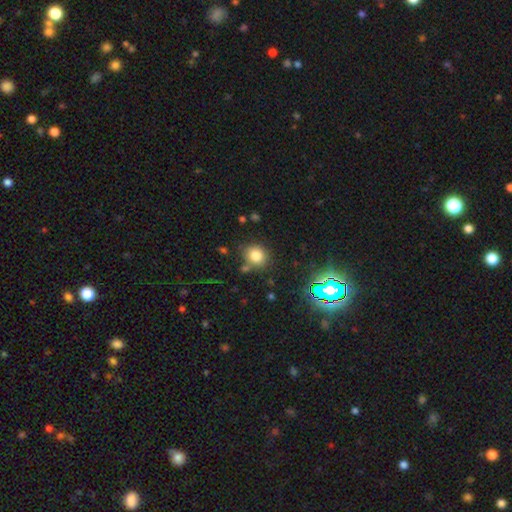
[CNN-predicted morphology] A smooth galaxy with no disk features (78%) that is round (73%).

Vote fractions:
- Smooth or featured? smooth: 78% / star or artifact: 15% / featured or disk: 7%
- How rounded? round: 73% / in between: 26% / cigar-shaped: 1%
- Merging? none: 75% / minor disturbance: 12% / merger: 8% / major disturbance: 4%